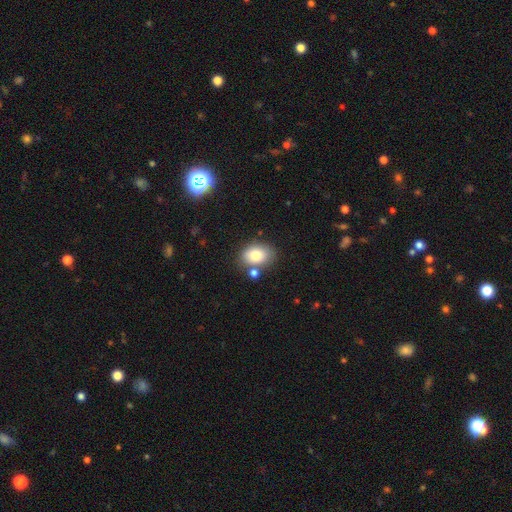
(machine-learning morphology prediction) Overall: smooth (80%). How rounded: in between (72%). Merging: none (69%).